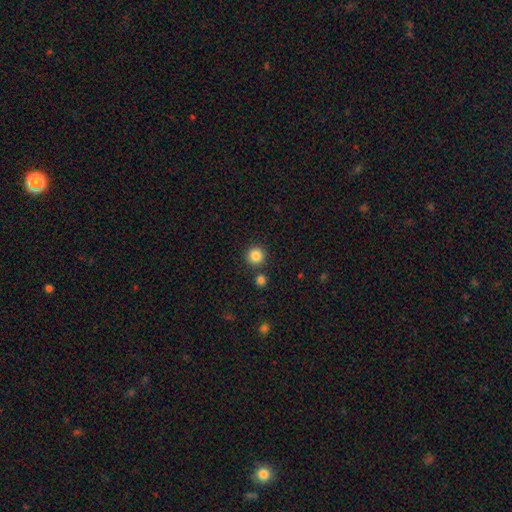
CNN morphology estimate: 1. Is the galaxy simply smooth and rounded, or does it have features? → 86% smooth, 11% star or artifact, 4% featured or disk.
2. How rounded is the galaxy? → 94% round, 5% in between, 1% cigar-shaped.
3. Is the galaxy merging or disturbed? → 84% none, 7% merger, 6% minor disturbance, 2% major disturbance.